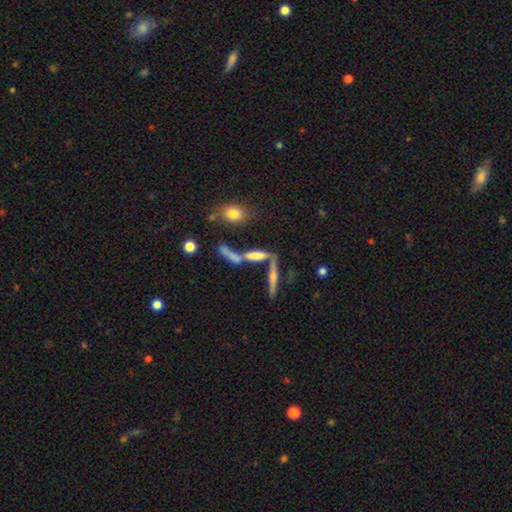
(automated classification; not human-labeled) Smooth or featured?
  - smooth: 46% *
  - featured or disk: 42%
  - star or artifact: 12%
Merging?
  - none: 43% *
  - merger: 38%
  - minor disturbance: 12%
  - major disturbance: 8%